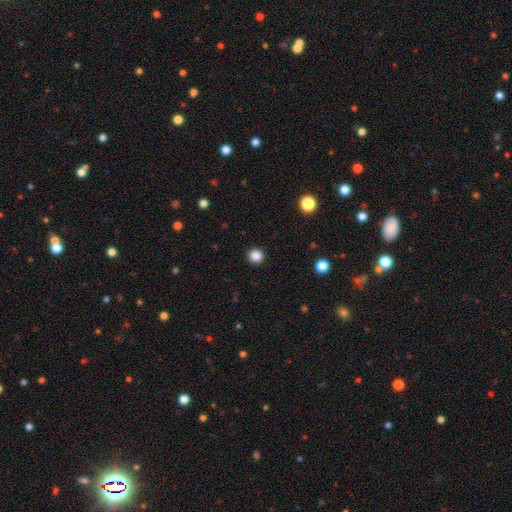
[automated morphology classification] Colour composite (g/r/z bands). It shows a smooth galaxy with no disk features (85%) that is round (95%). Merging: none (93%).